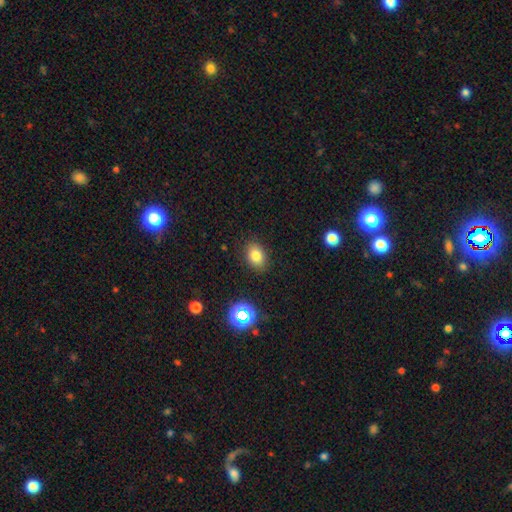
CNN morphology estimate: The model was most divided on "how rounded": in between: 76%, round: 23%, cigar-shaped: 1%. More confident: merging — none (86%); smooth or featured — smooth (80%).